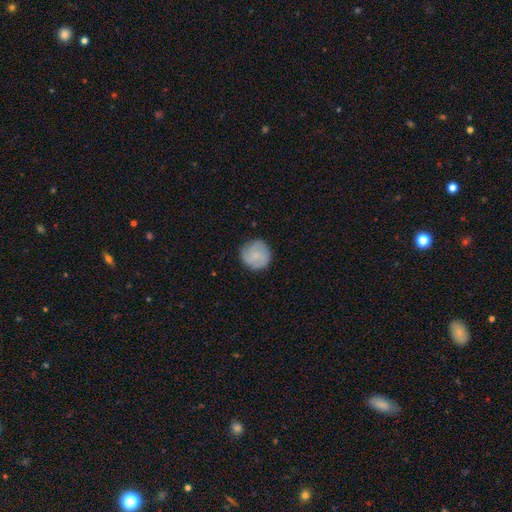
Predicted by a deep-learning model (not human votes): A smooth galaxy with no disk features (72%) that is round (94%).

Vote fractions:
- Smooth or featured? smooth: 72% / featured or disk: 22% / star or artifact: 6%
- How rounded? round: 94% / in between: 5% / cigar-shaped: 1%
- Merging? none: 83% / minor disturbance: 13% / major disturbance: 3% / merger: 1%